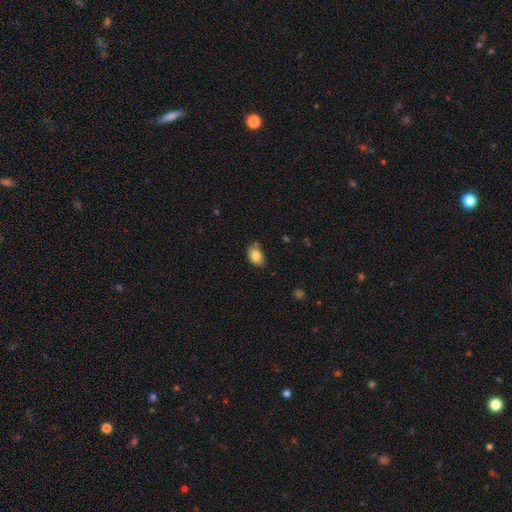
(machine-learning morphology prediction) Q: Smooth or featured?
A: smooth (83%); runner-up: featured or disk (9%)
Q: How rounded?
A: in between (83%); runner-up: round (16%)
Q: Merging?
A: none (73%); runner-up: minor disturbance (21%)